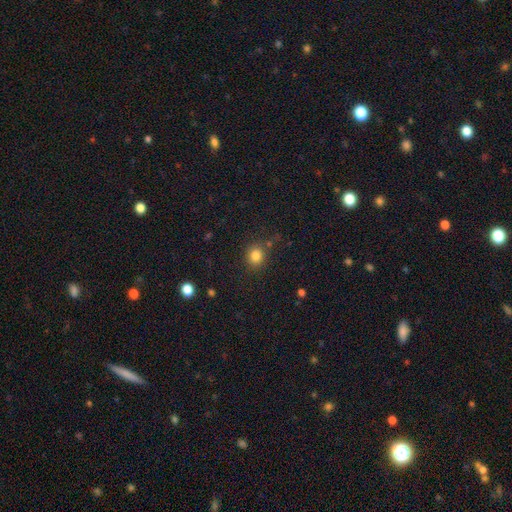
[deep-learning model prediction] The model was most divided on "how rounded": round: 81%, in between: 18%, cigar-shaped: 1%. More confident: smooth or featured — smooth (83%); merging — none (82%).